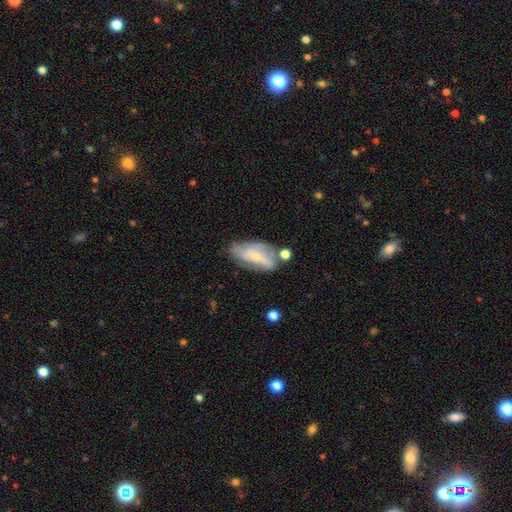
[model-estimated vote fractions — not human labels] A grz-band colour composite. It shows a featured or disk galaxy (54%). Merging: none (49%).